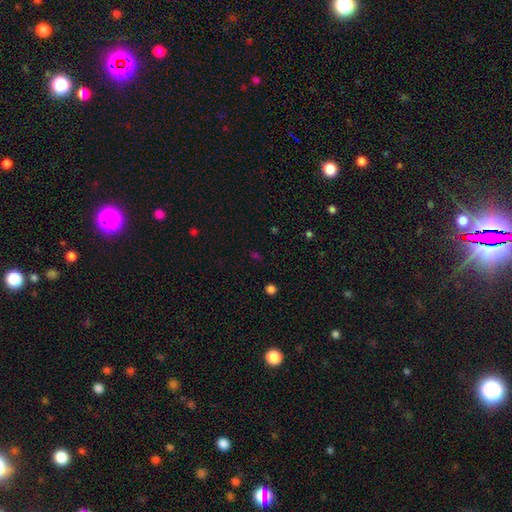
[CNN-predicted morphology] Smooth or featured? Predicted: star or artifact (p=0.48).